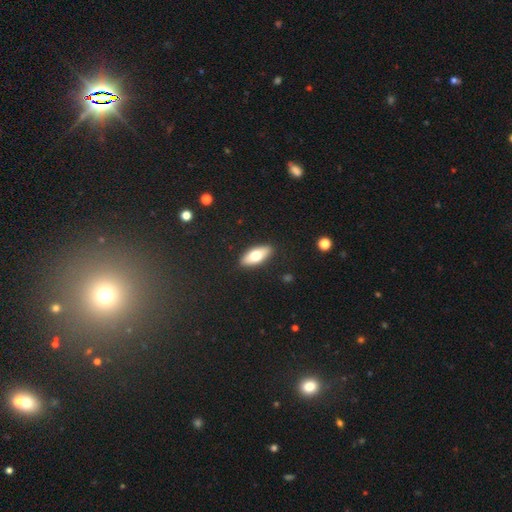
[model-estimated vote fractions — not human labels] A smooth galaxy with no disk features (69%) that is in between round and cigar-shaped (82%). Merging: none (89%).